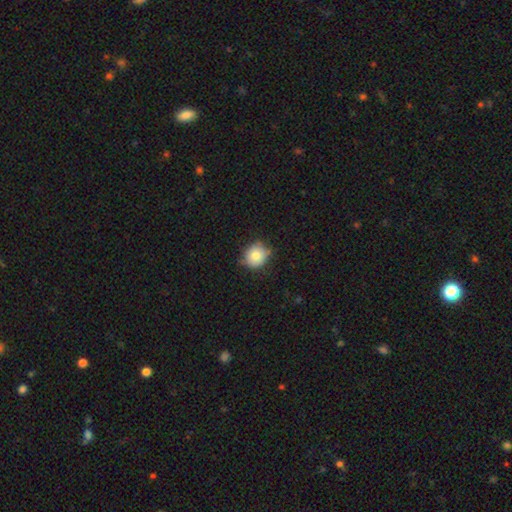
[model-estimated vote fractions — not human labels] Smooth or featured? smooth (79%)
How rounded? round (79%)
Merging? none (71%)